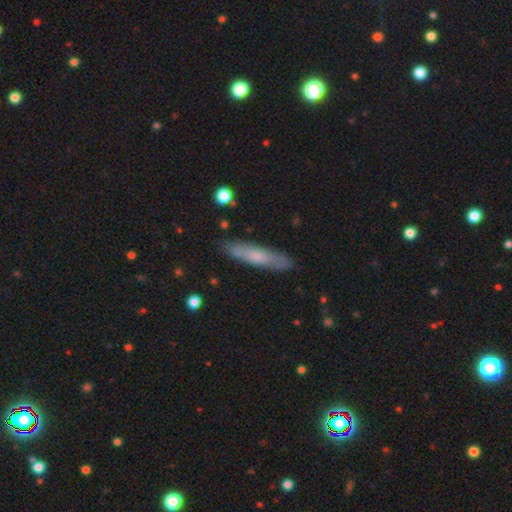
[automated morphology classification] smooth-or-featured: smooth: 55% | featured or disk: 39% | star or artifact: 6%
  how-rounded: cigar-shaped: 84% | in between: 14% | round: 2%
  merging: none: 84% | minor disturbance: 12% | major disturbance: 2% | merger: 2%